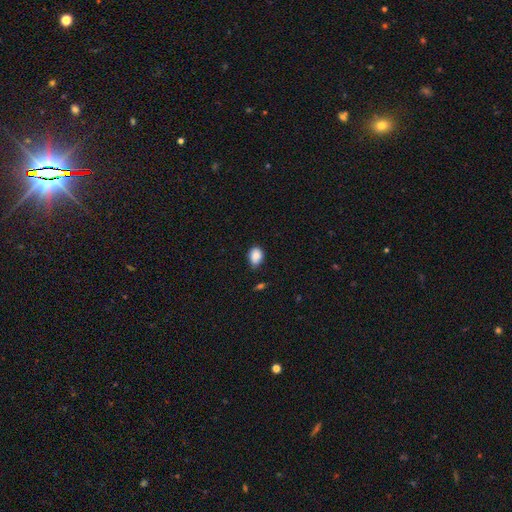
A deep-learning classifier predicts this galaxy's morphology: Smooth or featured?
  - smooth: 87% *
  - star or artifact: 8%
  - featured or disk: 5%
How rounded?
  - in between: 70% *
  - round: 29%
  - cigar-shaped: 1%
Merging?
  - none: 62% *
  - minor disturbance: 31%
  - major disturbance: 5%
  - merger: 3%